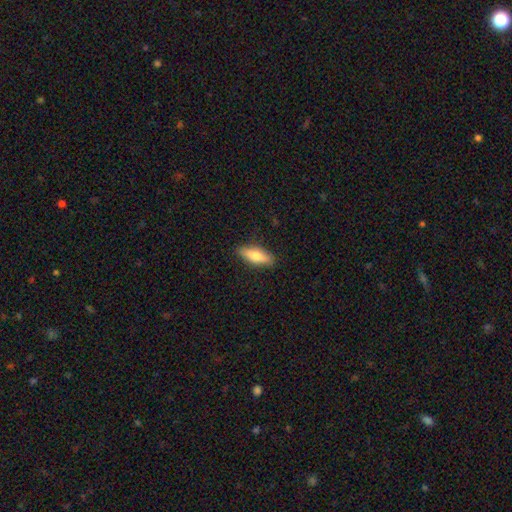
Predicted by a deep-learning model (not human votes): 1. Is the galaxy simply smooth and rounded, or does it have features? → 69% smooth, 25% featured or disk, 6% star or artifact.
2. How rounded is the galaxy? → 51% in between, 47% cigar-shaped, 2% round.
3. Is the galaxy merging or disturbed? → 87% none, 10% minor disturbance, 2% major disturbance, 1% merger.